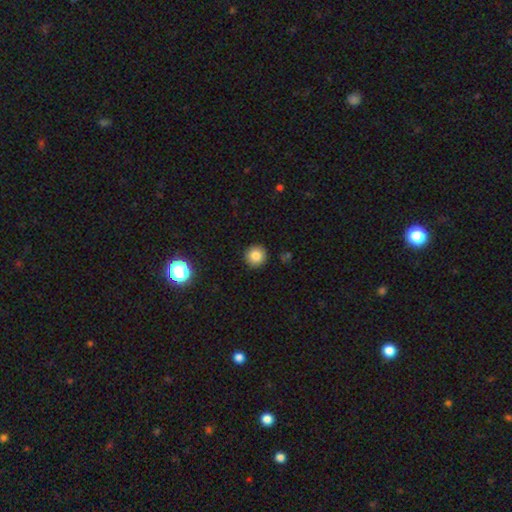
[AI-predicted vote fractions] Smooth or featured: smooth — 82% (star or artifact — 11%)
How rounded: round — 94% (in between — 5%)
Merging: none — 92% (minor disturbance — 5%)